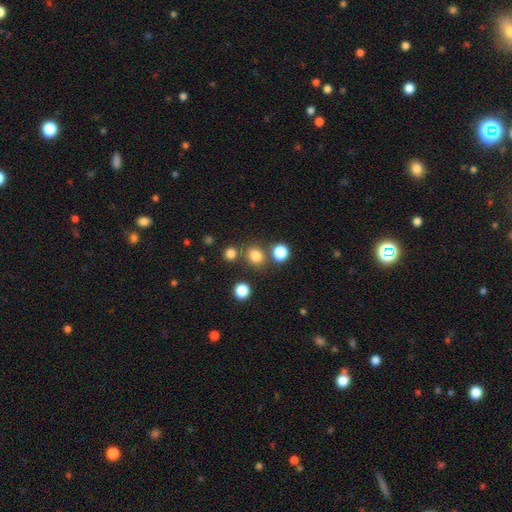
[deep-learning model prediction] Smooth or featured? Predicted: smooth (p=0.79). How rounded? Predicted: round (p=0.75). Merging? Predicted: none (p=0.74).